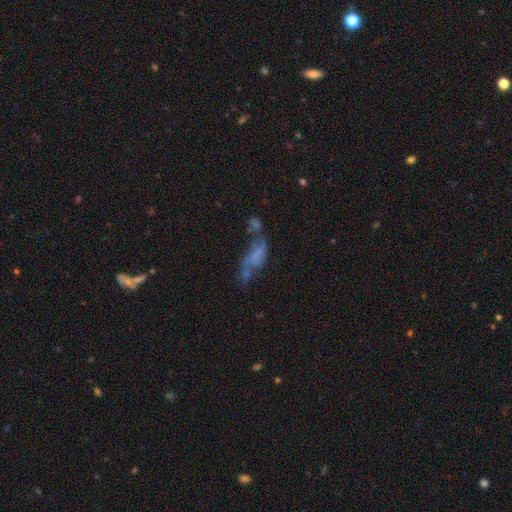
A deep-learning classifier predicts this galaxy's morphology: A featured or disk galaxy (46%).

Vote fractions:
- Smooth or featured? featured or disk: 46% / smooth: 38% / star or artifact: 16%
- Merging? merger: 33% / major disturbance: 28% / none: 23% / minor disturbance: 16%